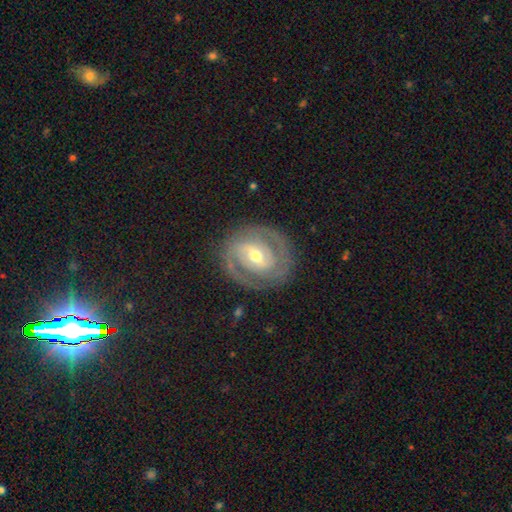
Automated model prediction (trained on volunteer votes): Smooth or featured? Predicted: featured or disk (p=0.85). Edge-on disk? Predicted: no (p=0.97). Bar? Predicted: weak (p=0.45). Spiral arms? Predicted: yes (p=0.91). Spiral winding? Predicted: tight (p=0.64). Spiral arm count? Predicted: 2 (p=0.76). Bulge size? Predicted: moderate (p=0.62). Merging? Predicted: none (p=0.82).